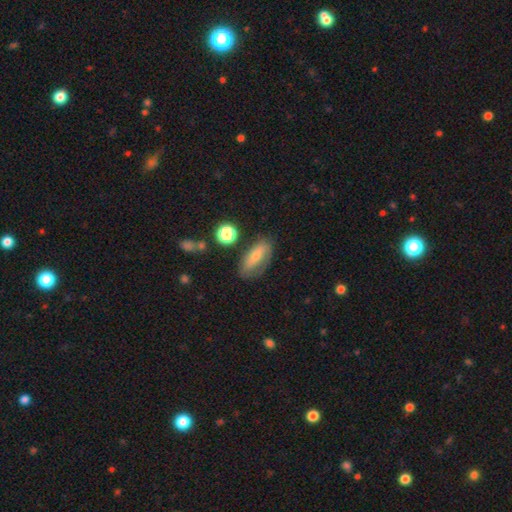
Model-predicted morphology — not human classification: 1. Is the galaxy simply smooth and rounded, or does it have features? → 60% smooth, 31% featured or disk, 9% star or artifact.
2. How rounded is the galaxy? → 75% in between, 19% cigar-shaped, 6% round.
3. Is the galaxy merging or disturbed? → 67% none, 22% minor disturbance, 8% major disturbance, 3% merger.